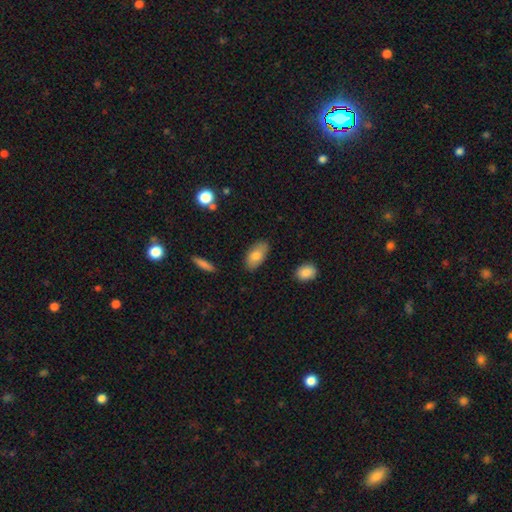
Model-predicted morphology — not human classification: Q: Smooth or featured?
A: smooth (78%); runner-up: featured or disk (15%)
Q: How rounded?
A: in between (93%); runner-up: round (3%)
Q: Merging?
A: none (83%); runner-up: minor disturbance (13%)